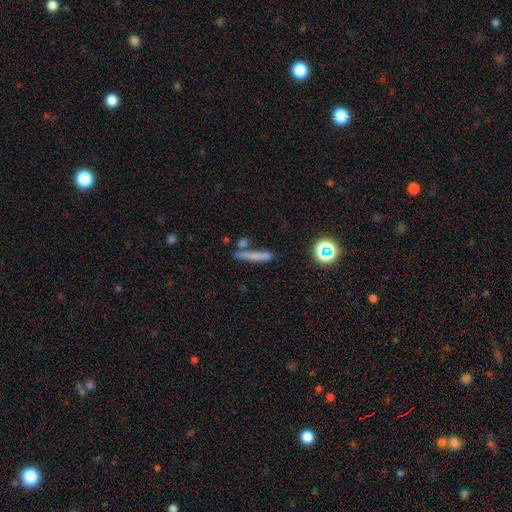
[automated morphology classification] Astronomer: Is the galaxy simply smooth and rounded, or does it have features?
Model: smooth — 65%.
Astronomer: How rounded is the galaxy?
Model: cigar-shaped — 88%.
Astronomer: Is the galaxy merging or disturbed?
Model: none — 69%.